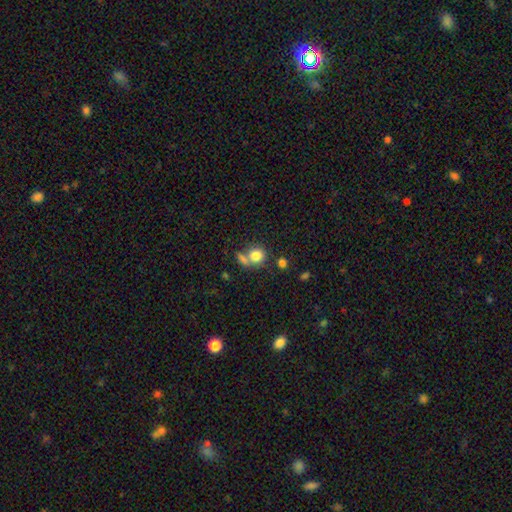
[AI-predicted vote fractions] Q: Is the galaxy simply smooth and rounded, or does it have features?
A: smooth — 80%.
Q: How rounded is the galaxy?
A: round — 81%.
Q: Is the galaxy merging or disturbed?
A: none — 50%.